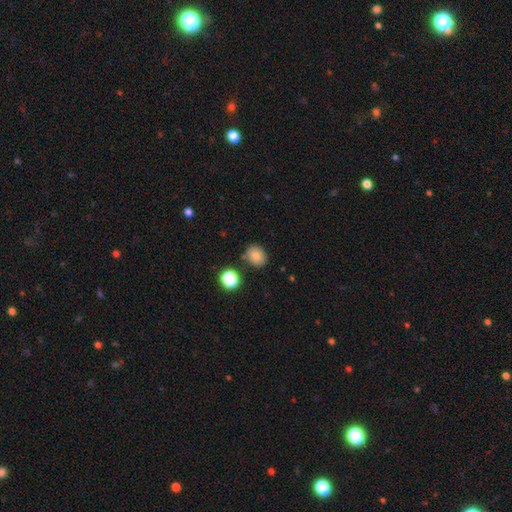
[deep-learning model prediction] smooth_or_featured: smooth (p=0.81) [alt: star or artifact p=0.12]
how_rounded: round (p=0.59) [alt: in between p=0.40]
merging: none (p=0.79) [alt: minor disturbance p=0.13]